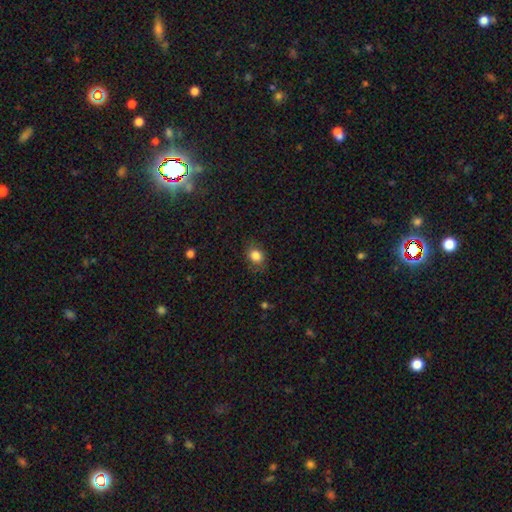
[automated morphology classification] Overall: smooth (84%). How rounded: round (50%; in between 49%). Merging: none (78%).